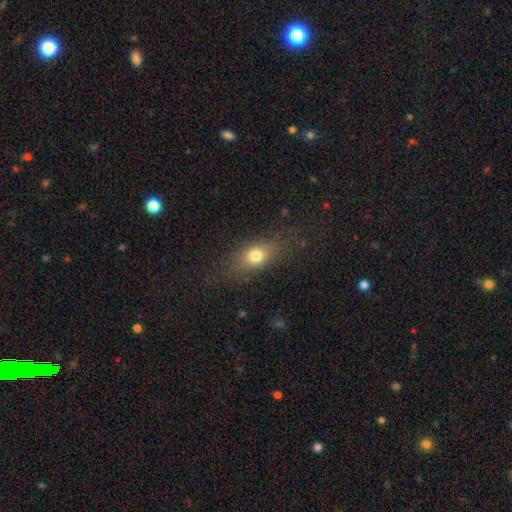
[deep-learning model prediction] smooth_or_featured: smooth (p=0.74) [alt: featured or disk p=0.14]
how_rounded: in between (p=0.66) [alt: round p=0.24]
merging: none (p=0.76) [alt: minor disturbance p=0.14]